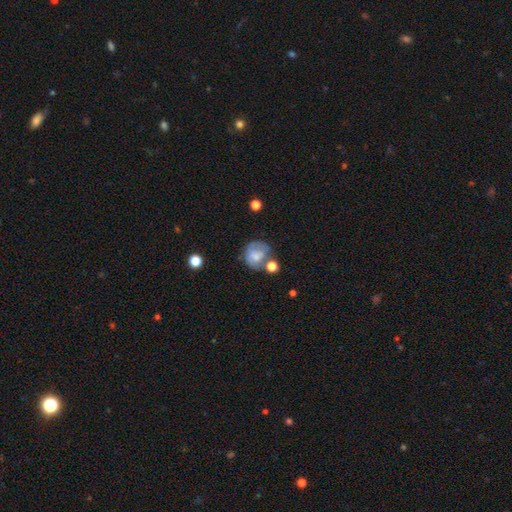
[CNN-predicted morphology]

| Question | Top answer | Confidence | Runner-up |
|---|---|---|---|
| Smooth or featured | smooth | 56% | featured or disk (34%) |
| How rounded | round | 74% | in between (25%) |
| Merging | none | 43% | minor disturbance (23%) |